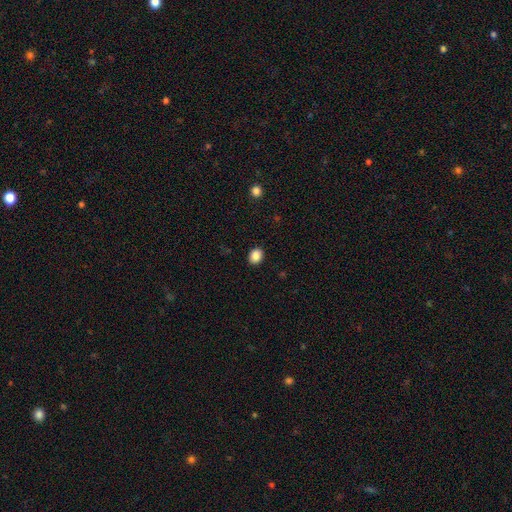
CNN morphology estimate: Q: Smooth or featured?
A: smooth (87%); runner-up: star or artifact (9%)
Q: How rounded?
A: in between (50%); runner-up: round (49%)
Q: Merging?
A: none (91%); runner-up: minor disturbance (6%)